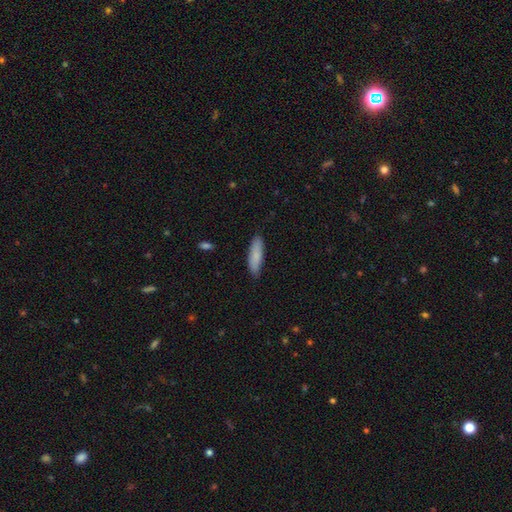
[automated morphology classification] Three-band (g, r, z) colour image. It shows a smooth galaxy with no disk features (82%) that is cigar-shaped (56%). Merging: none (81%).